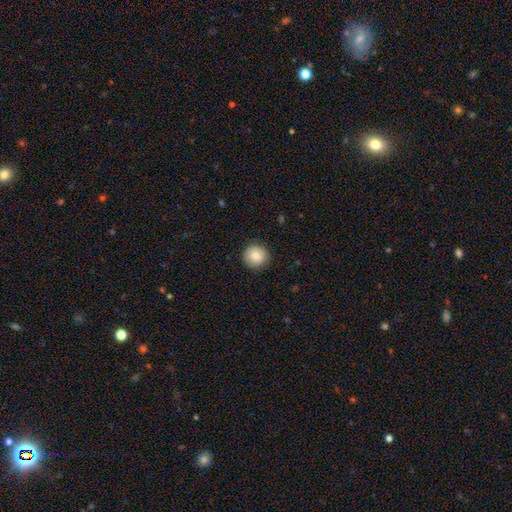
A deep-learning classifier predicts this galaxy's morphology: This appears to be a smooth galaxy with no disk features (85%) that is round (94%). Merging: none (90%).